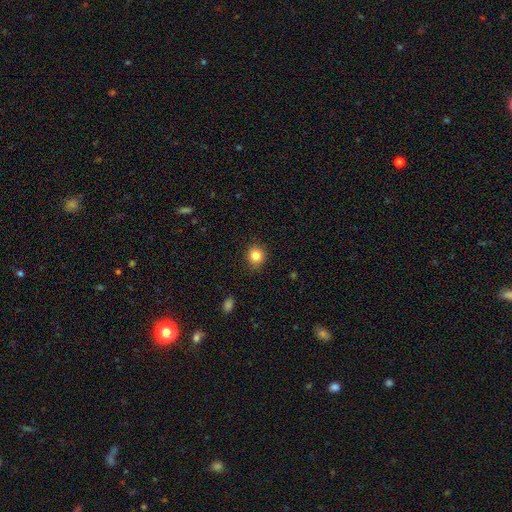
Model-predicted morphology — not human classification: A smooth galaxy with no disk features (84%) that is round (86%).

Vote fractions:
- Smooth or featured? smooth: 84% / star or artifact: 10% / featured or disk: 5%
- How rounded? round: 86% / in between: 13% / cigar-shaped: 1%
- Merging? none: 87% / minor disturbance: 10% / major disturbance: 2% / merger: 1%